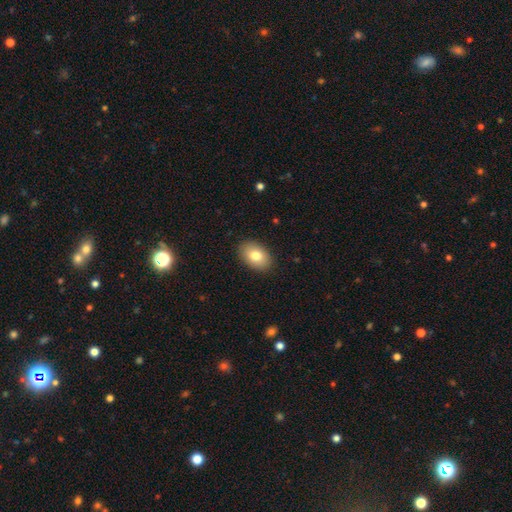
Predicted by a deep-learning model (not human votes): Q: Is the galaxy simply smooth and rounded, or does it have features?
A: smooth — 80%.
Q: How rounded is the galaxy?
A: in between — 85%.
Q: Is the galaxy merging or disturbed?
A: none — 89%.